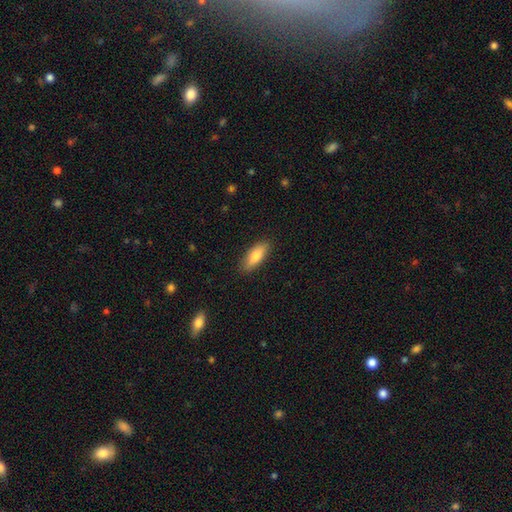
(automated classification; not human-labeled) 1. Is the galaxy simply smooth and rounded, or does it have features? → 78% smooth, 16% featured or disk, 6% star or artifact.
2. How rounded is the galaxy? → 65% in between, 33% cigar-shaped, 2% round.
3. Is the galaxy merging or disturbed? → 87% none, 10% minor disturbance, 2% major disturbance, 1% merger.